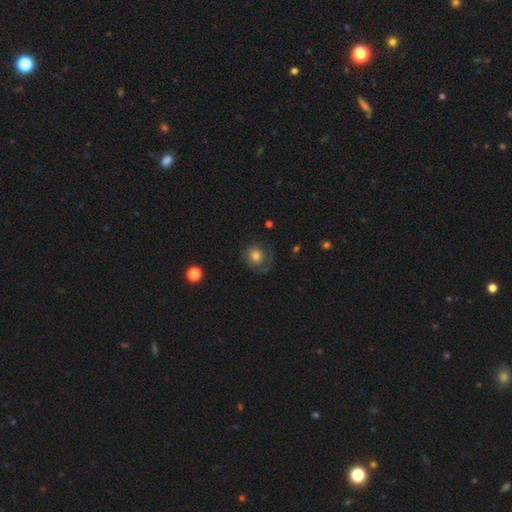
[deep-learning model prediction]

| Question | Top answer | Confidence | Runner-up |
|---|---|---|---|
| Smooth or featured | smooth | 68% | featured or disk (21%) |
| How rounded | round | 82% | in between (17%) |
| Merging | none | 65% | minor disturbance (20%) |